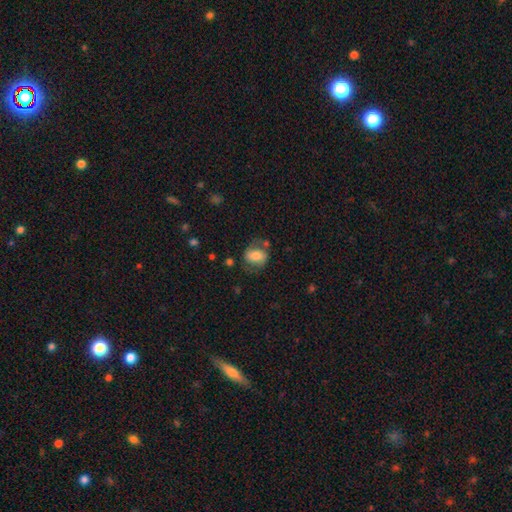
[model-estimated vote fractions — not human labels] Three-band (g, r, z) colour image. It shows a smooth galaxy with no disk features (63%) that is in between round and cigar-shaped (65%). Merging: none (56%).